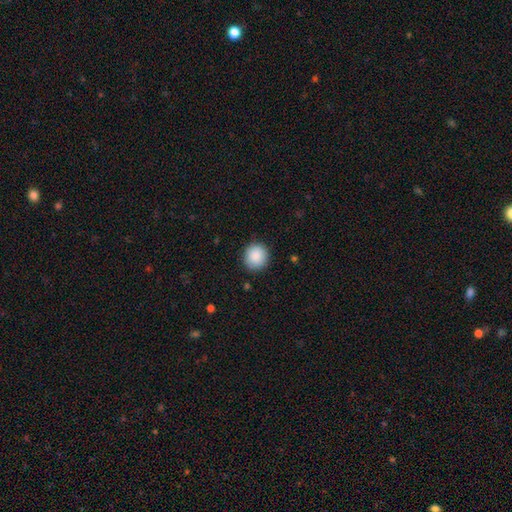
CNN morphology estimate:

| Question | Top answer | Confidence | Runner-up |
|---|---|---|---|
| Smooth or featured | smooth | 89% | star or artifact (7%) |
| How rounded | round | 89% | in between (10%) |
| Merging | none | 89% | minor disturbance (8%) |